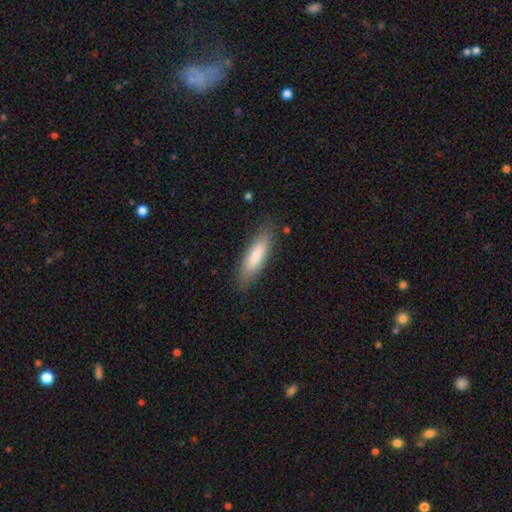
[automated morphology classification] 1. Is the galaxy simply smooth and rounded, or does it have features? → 80% smooth, 14% featured or disk, 6% star or artifact.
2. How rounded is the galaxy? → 62% cigar-shaped, 37% in between, 1% round.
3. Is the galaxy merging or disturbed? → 85% none, 12% minor disturbance, 3% major disturbance, 1% merger.